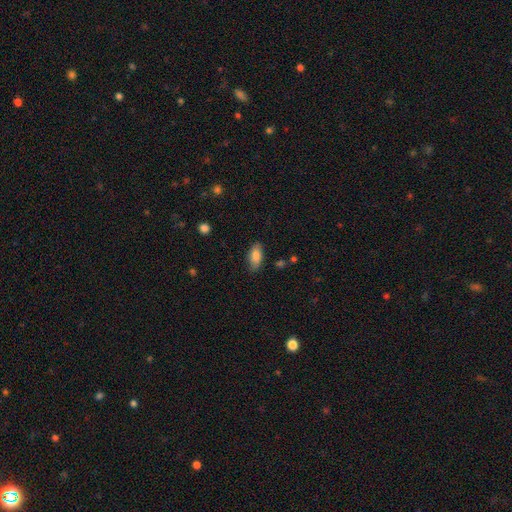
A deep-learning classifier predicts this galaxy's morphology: Smooth or featured? Predicted: smooth (p=0.84). How rounded? Predicted: in between (p=0.89). Merging? Predicted: none (p=0.80).